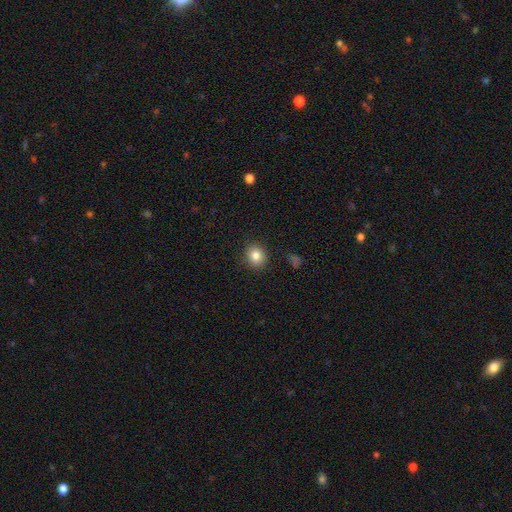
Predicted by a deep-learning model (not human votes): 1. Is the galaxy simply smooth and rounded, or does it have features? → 83% smooth, 10% star or artifact, 6% featured or disk.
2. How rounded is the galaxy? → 81% round, 18% in between, 1% cigar-shaped.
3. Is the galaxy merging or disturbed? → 90% none, 7% minor disturbance, 2% major disturbance, 1% merger.